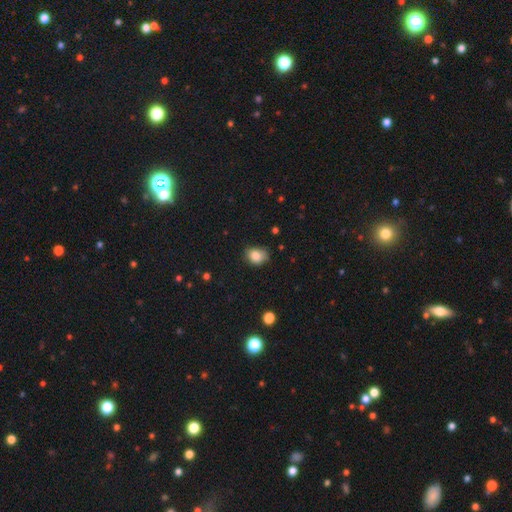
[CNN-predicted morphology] smooth 83%, star or artifact 10%, featured or disk 8%. Down the decision tree: how rounded — in between (53%); merging — none (62%).